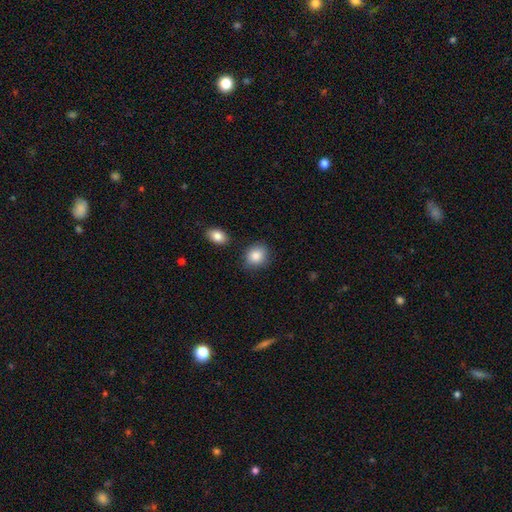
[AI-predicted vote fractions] Smooth or featured: smooth — 86% (star or artifact — 8%)
How rounded: round — 61% (in between — 38%)
Merging: none — 81% (minor disturbance — 12%)